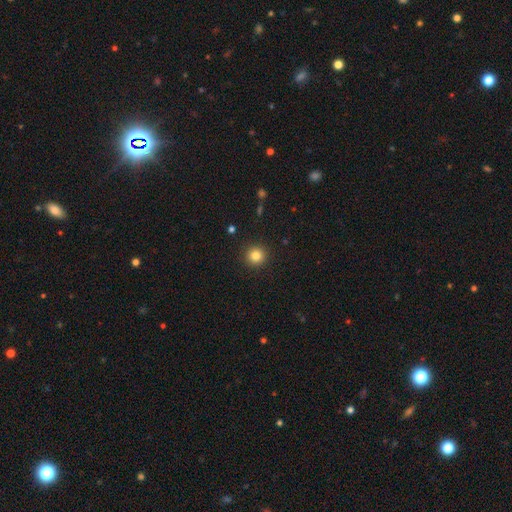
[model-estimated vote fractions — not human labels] Smooth or featured? Predicted: smooth (p=0.83). How rounded? Predicted: round (p=0.95). Merging? Predicted: none (p=0.93).